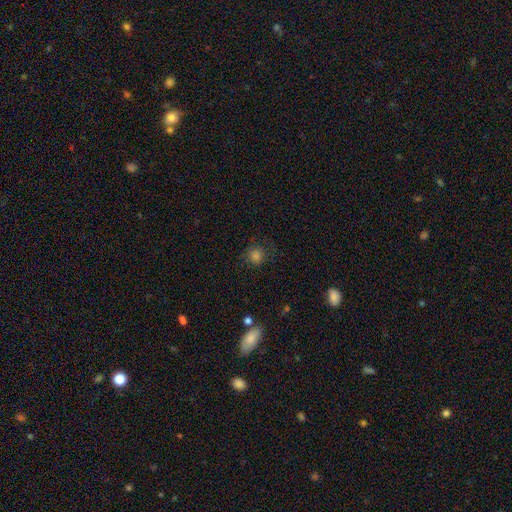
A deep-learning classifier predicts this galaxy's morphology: Smooth or featured? Predicted: smooth (p=0.75). How rounded? Predicted: round (p=0.85). Merging? Predicted: none (p=0.75).